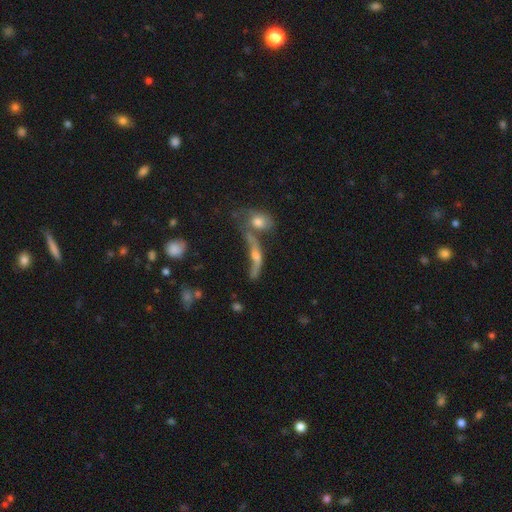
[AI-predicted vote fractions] Smooth or featured?
  - featured or disk: 57% *
  - smooth: 30%
  - star or artifact: 13%
Edge-on disk?
  - yes: 56% *
  - no: 44%
Merging?
  - merger: 44% *
  - none: 26%
  - major disturbance: 16%
  - minor disturbance: 14%